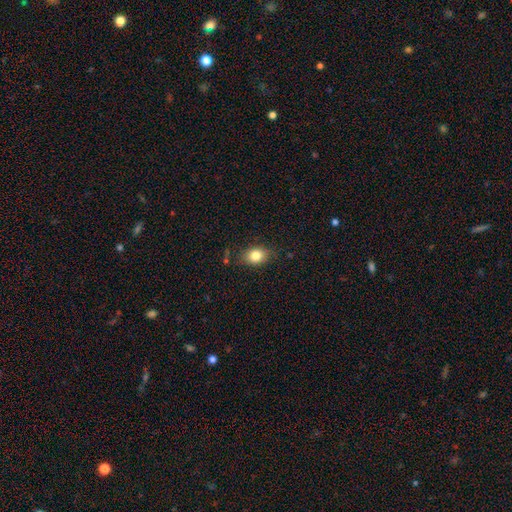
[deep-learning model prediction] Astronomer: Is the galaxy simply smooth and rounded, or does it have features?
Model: smooth — 82%.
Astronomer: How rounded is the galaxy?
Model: in between — 69%.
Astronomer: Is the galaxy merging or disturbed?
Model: none — 78%.